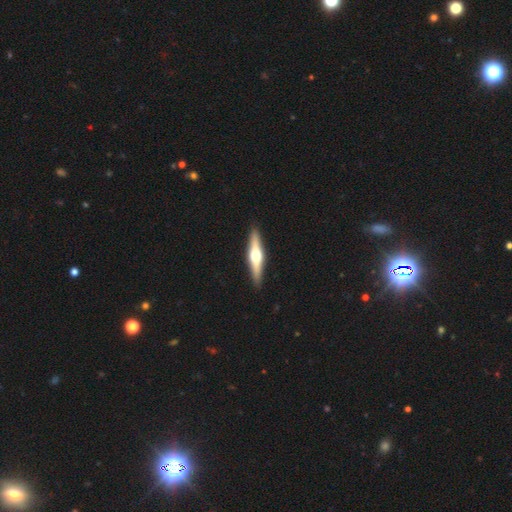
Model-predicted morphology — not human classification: A featured or disk galaxy (68%) viewed edge-on (97%) with a rounded central bulge (95%).

Vote fractions:
- Smooth or featured? featured or disk: 68% / smooth: 28% / star or artifact: 5%
- Edge-on disk? yes: 97% / no: 3%
- Edge-on bulge? rounded: 95% / boxy: 3% / none: 2%
- Merging? none: 91% / minor disturbance: 6% / major disturbance: 1% / merger: 1%